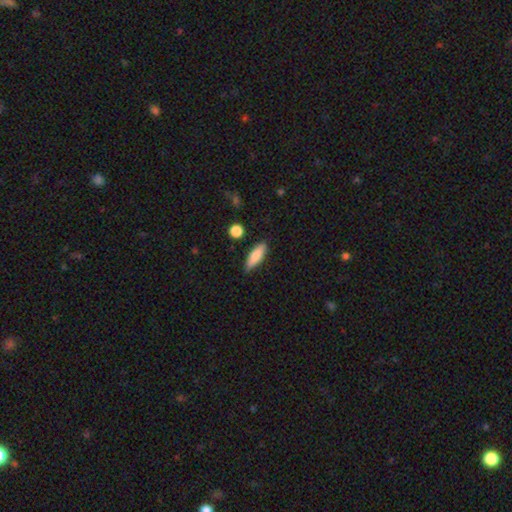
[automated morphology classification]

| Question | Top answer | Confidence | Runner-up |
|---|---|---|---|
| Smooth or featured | smooth | 81% | featured or disk (13%) |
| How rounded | in between | 53% | cigar-shaped (45%) |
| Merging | none | 80% | minor disturbance (15%) |